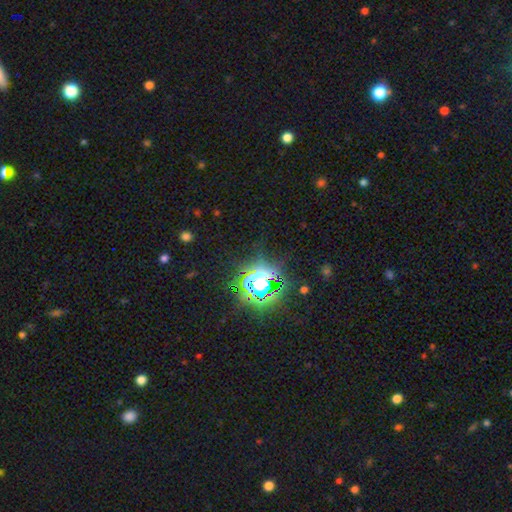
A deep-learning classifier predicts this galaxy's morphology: Smooth or featured? Predicted: star or artifact (p=0.81).